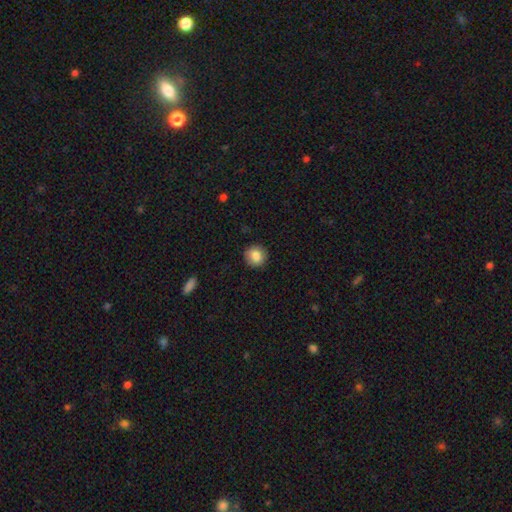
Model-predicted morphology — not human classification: Smooth or featured? smooth (84%)
How rounded? round (92%)
Merging? none (90%)